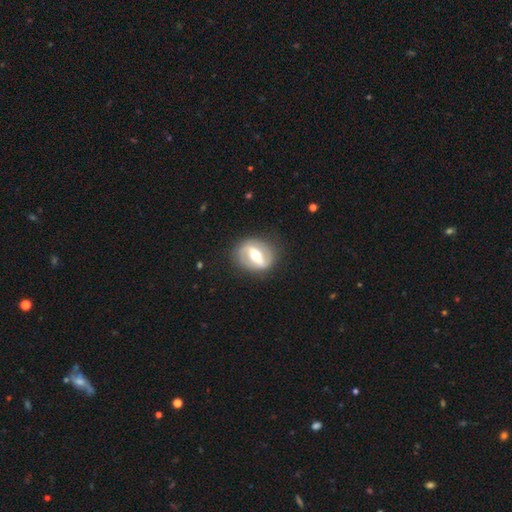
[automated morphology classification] smooth_or_featured: featured or disk (p=0.78) [alt: smooth p=0.17]
disk_edge_on: no (p=0.91) [alt: yes p=0.09]
bar: strong (p=0.71) [alt: weak p=0.19]
has_spiral_arms: yes (p=0.61) [alt: no p=0.39]
bulge_size: moderate (p=0.72) [alt: large p=0.14]
merging: none (p=0.84) [alt: minor disturbance p=0.10]